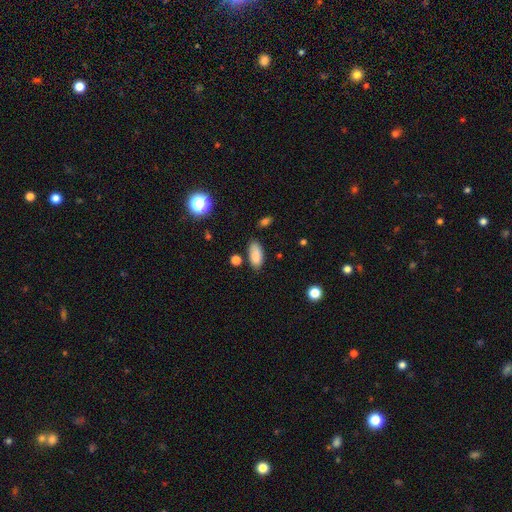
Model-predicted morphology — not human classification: Q: Smooth or featured?
A: smooth (85%); runner-up: star or artifact (9%)
Q: How rounded?
A: in between (88%); runner-up: cigar-shaped (9%)
Q: Merging?
A: none (74%); runner-up: minor disturbance (18%)